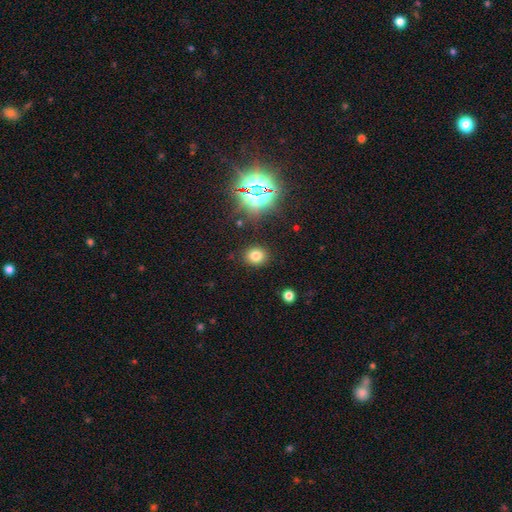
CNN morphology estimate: Overall: smooth (74%). How rounded: round (63%; in between 36%). Merging: none (88%).